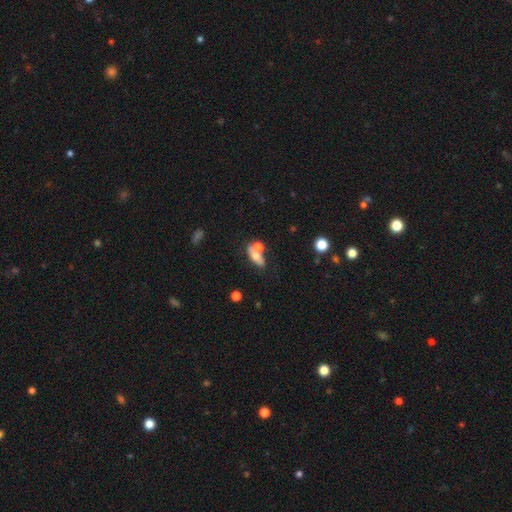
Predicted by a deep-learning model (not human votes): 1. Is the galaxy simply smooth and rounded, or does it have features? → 61% smooth, 28% featured or disk, 11% star or artifact.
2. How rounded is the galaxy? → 73% in between, 15% round, 12% cigar-shaped.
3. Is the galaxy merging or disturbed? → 49% merger, 31% none, 12% minor disturbance, 8% major disturbance.